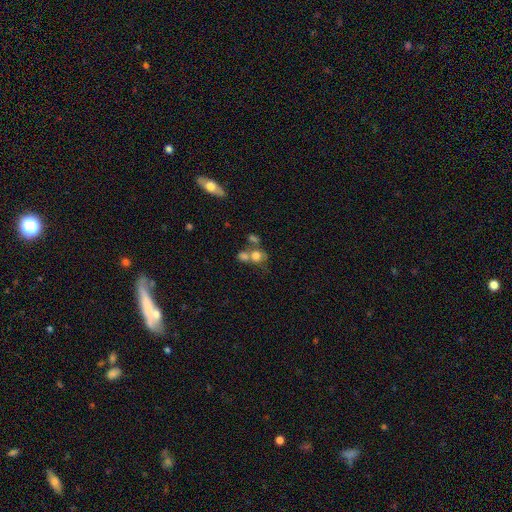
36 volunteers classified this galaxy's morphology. Smooth or featured?
  - smooth: 69% *
  - featured or disk: 25%
  - star or artifact: 6%
How rounded?
  - in between: 56% *
  - round: 40%
  - cigar-shaped: 4%
Merging?
  - merger: 68% *
  - major disturbance: 15%
  - none: 12%
  - minor disturbance: 6%